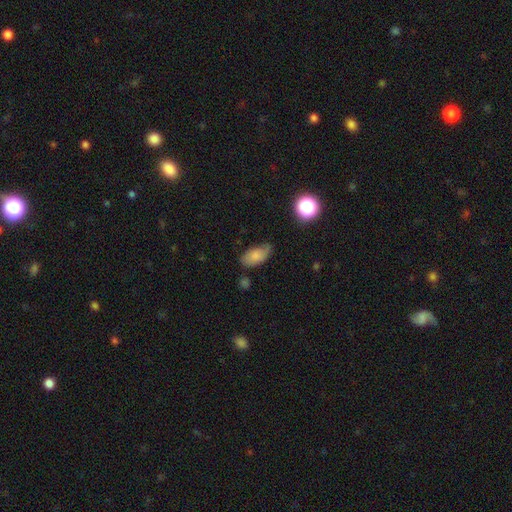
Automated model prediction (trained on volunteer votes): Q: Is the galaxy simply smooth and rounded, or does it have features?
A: smooth — 78%.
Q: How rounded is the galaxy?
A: in between — 92%.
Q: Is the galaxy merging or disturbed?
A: none — 63%.